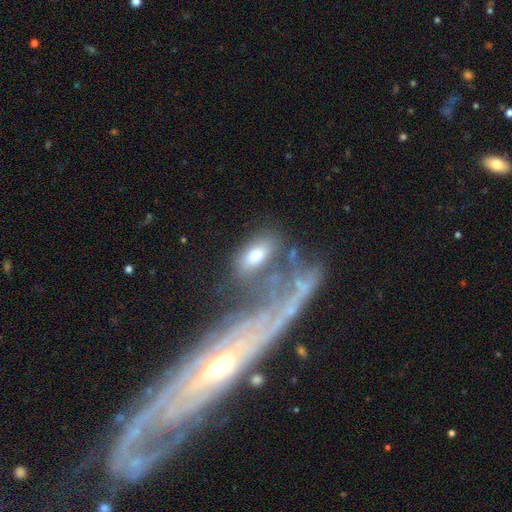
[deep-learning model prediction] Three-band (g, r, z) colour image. It shows a smooth galaxy with no disk features (62%) that is in between round and cigar-shaped (84%). Merging: none (55%).